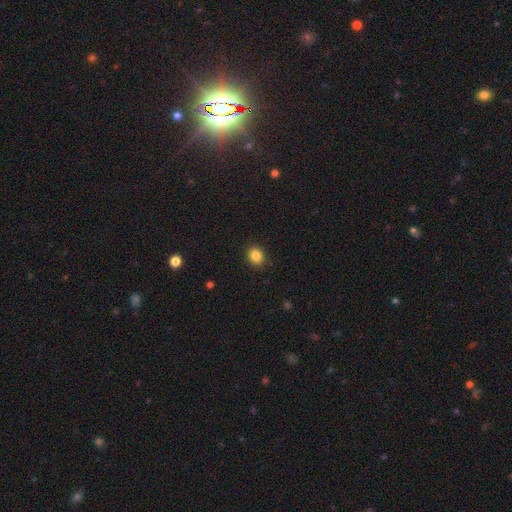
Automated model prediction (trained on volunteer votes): Smooth or featured: smooth — 85% (star or artifact — 10%)
How rounded: round — 66% (in between — 33%)
Merging: none — 90% (minor disturbance — 7%)